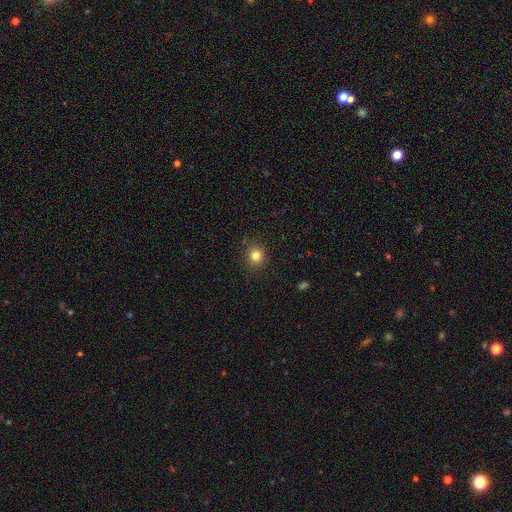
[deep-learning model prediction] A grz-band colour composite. It shows a smooth galaxy with no disk features (81%) that is round (83%). Merging: none (88%).